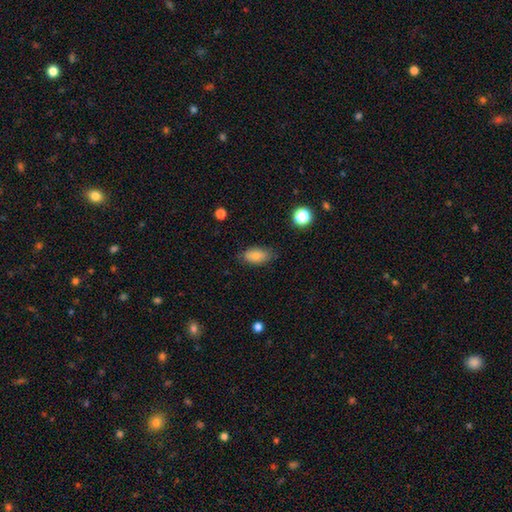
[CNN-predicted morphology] A smooth galaxy with no disk features (81%) that is in between round and cigar-shaped (91%). Merging: none (78%).